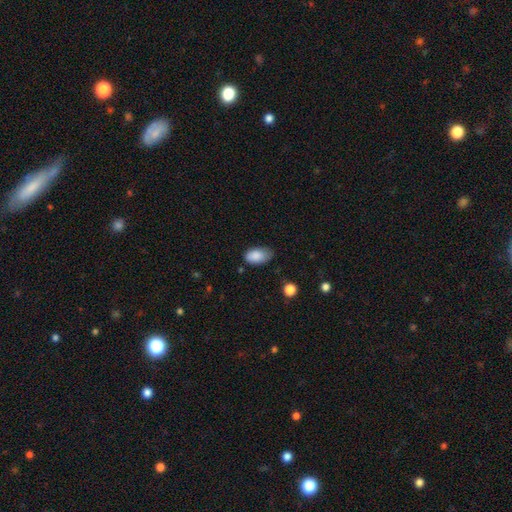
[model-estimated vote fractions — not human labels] Smooth or featured? Predicted: smooth (p=0.87). How rounded? Predicted: in between (p=0.93). Merging? Predicted: none (p=0.58).